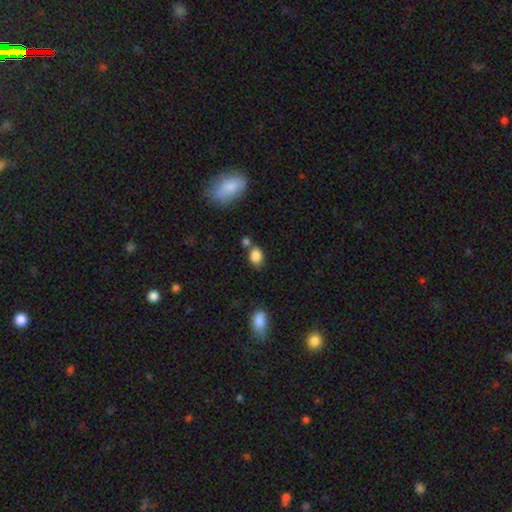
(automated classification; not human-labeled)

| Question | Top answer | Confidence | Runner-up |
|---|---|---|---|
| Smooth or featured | smooth | 85% | star or artifact (10%) |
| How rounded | in between | 67% | round (32%) |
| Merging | none | 64% | minor disturbance (17%) |